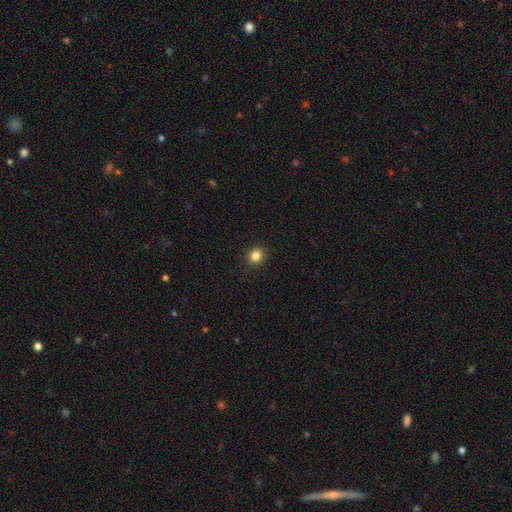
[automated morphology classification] smooth-or-featured: smooth: 84% | star or artifact: 12% | featured or disk: 4%
  how-rounded: round: 82% | in between: 17% | cigar-shaped: 1%
  merging: none: 92% | minor disturbance: 5% | major disturbance: 2% | merger: 1%